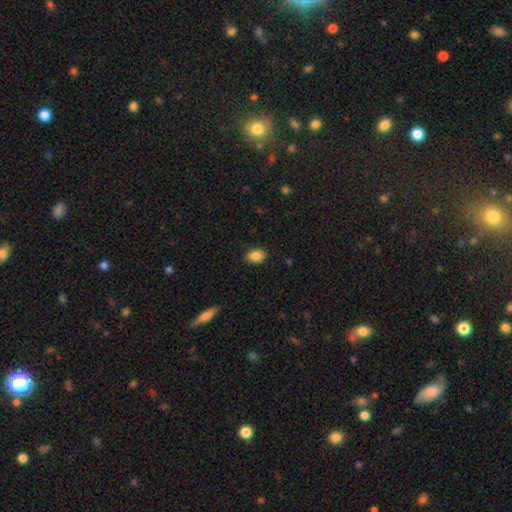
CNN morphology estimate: This is clearly a smooth galaxy (88%). How rounded: likely in between (76%). Merging: clearly none (87%).